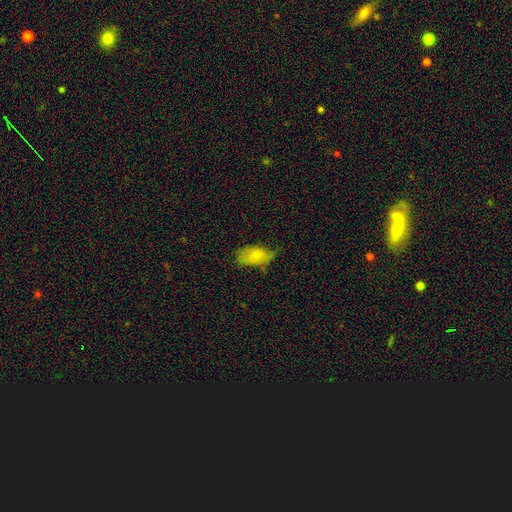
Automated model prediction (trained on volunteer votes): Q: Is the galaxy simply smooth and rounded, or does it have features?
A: smooth — 77%.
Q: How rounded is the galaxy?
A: in between — 94%.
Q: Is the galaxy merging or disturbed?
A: none — 47%.